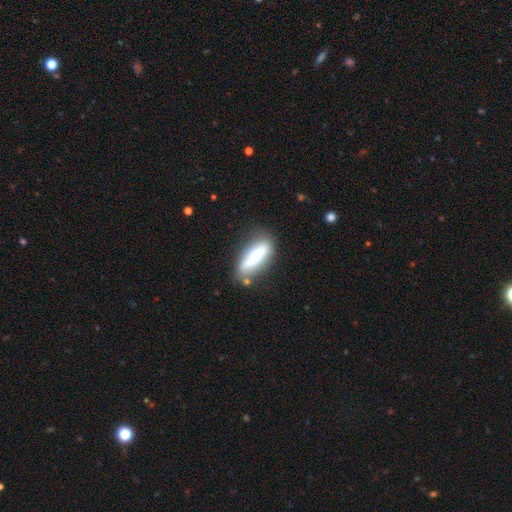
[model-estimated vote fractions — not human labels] smooth_or_featured: smooth (p=0.52) [alt: featured or disk p=0.41]
how_rounded: in between (p=0.56) [alt: cigar-shaped p=0.41]
merging: none (p=0.71) [alt: minor disturbance p=0.17]